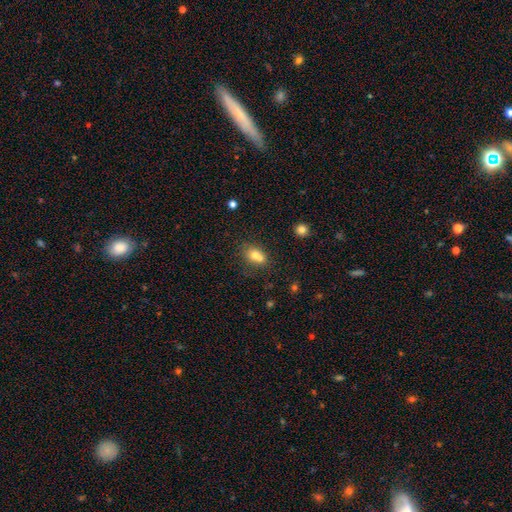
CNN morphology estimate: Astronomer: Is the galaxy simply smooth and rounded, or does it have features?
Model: smooth — 70%.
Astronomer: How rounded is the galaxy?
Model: round — 51% (runner-up: in between, 48%).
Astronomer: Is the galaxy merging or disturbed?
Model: merger — 51% (runner-up: none, 36%).